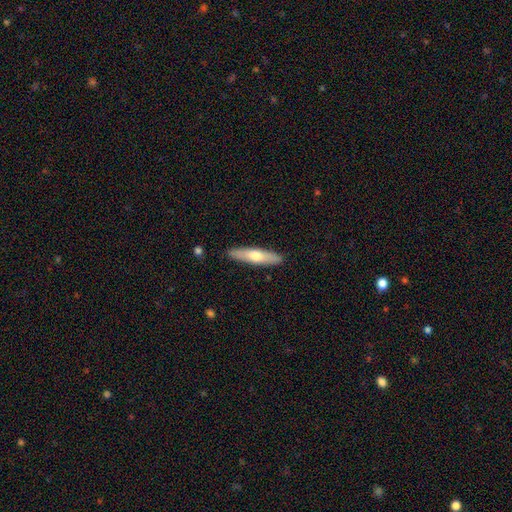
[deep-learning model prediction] Smooth or featured?
  - smooth: 58% *
  - featured or disk: 36%
  - star or artifact: 5%
How rounded?
  - cigar-shaped: 79% *
  - in between: 19%
  - round: 2%
Merging?
  - none: 90% *
  - minor disturbance: 7%
  - major disturbance: 2%
  - merger: 1%